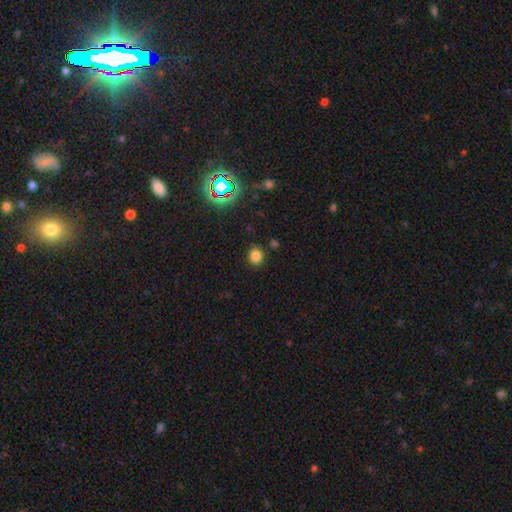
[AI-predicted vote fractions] Smooth or featured?
  - smooth: 80% *
  - star or artifact: 16%
  - featured or disk: 4%
How rounded?
  - round: 77% *
  - in between: 22%
  - cigar-shaped: 1%
Merging?
  - none: 87% *
  - minor disturbance: 8%
  - major disturbance: 3%
  - merger: 3%